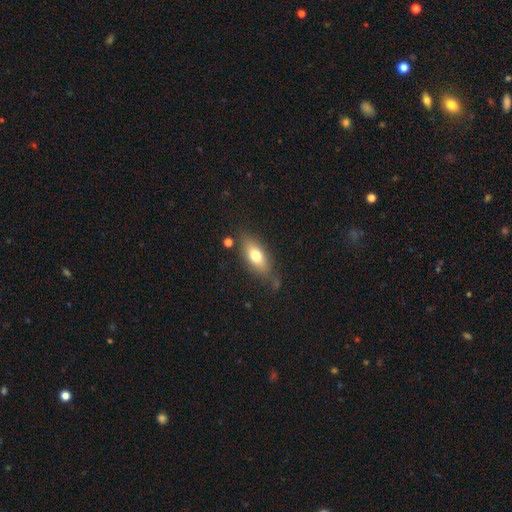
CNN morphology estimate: This appears to be a smooth galaxy with no disk features (71%) that is in between round and cigar-shaped (77%). Merging: none (72%).